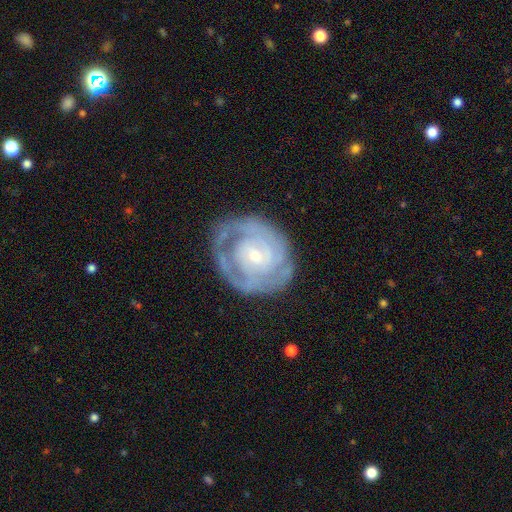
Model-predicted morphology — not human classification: Smooth or featured? featured or disk (82%)
Edge-on disk? no (97%)
Bar? no (65%)
Spiral arms? yes (88%)
Spiral winding? tight (73%)
Spiral arm count? can't tell (38%)
Bulge size? small (67%)
Merging? none (71%)